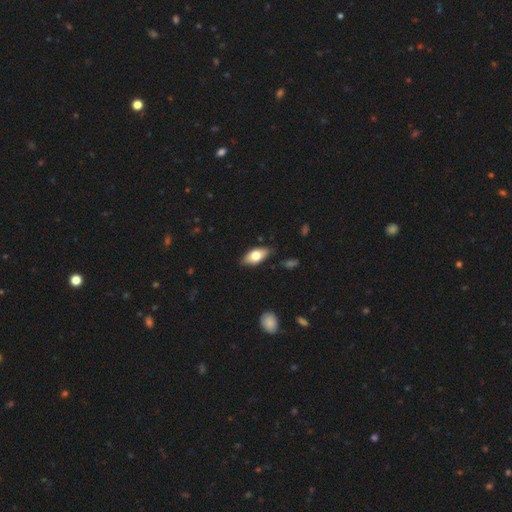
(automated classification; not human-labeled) Smooth or featured?
  - smooth: 70% *
  - featured or disk: 24%
  - star or artifact: 6%
How rounded?
  - in between: 88% *
  - cigar-shaped: 8%
  - round: 4%
Merging?
  - none: 82% *
  - minor disturbance: 14%
  - major disturbance: 2%
  - merger: 1%